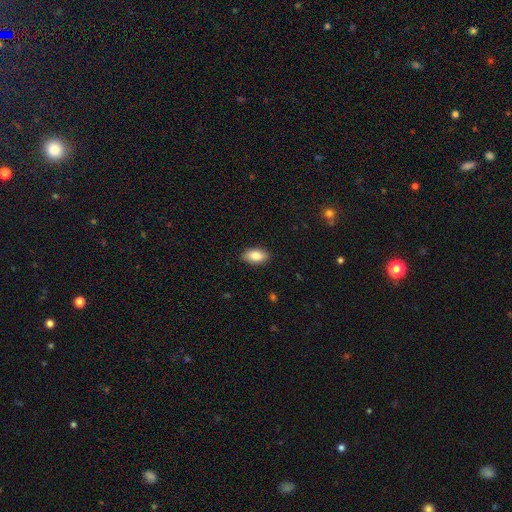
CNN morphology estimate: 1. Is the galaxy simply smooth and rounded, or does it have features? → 84% smooth, 9% featured or disk, 7% star or artifact.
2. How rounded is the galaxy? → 92% in between, 4% cigar-shaped, 4% round.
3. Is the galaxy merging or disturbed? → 88% none, 9% minor disturbance, 2% major disturbance, 1% merger.